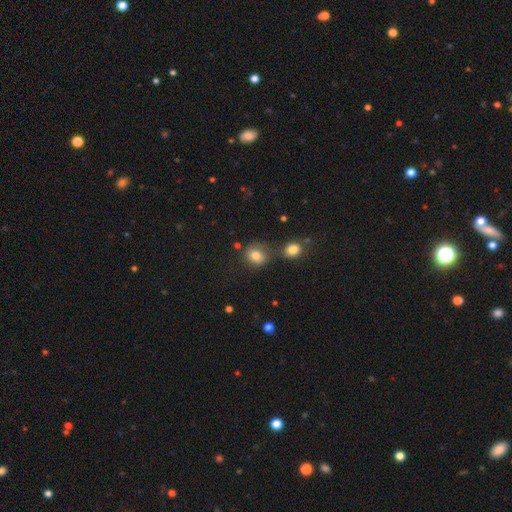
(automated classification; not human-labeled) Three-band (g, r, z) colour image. It shows a smooth galaxy with no disk features (80%) that is round (66%). Merging: none (60%).